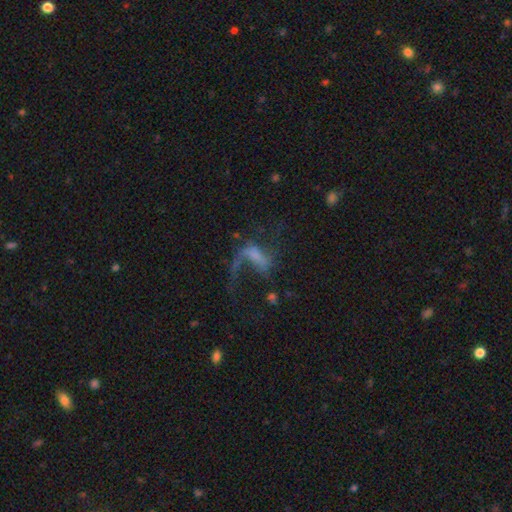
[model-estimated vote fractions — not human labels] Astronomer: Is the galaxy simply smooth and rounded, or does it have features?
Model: featured or disk — 58%.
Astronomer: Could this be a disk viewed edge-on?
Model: no — 94%.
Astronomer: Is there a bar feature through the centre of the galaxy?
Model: no — 45% (runner-up: weak, 32%).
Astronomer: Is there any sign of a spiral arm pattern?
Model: yes — 66%.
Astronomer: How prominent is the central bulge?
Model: none — 55%.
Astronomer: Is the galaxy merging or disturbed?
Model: major disturbance — 51% (runner-up: none, 29%).